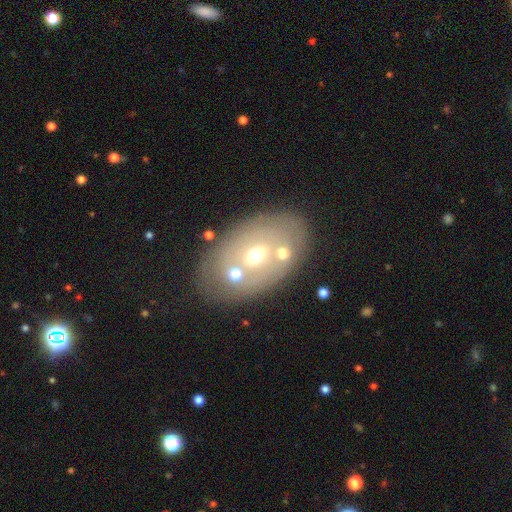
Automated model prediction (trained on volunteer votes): A smooth galaxy with no disk features (47%).

Vote fractions:
- Smooth or featured? smooth: 47% / featured or disk: 42% / star or artifact: 11%
- Merging? none: 71% / minor disturbance: 12% / merger: 12% / major disturbance: 5%